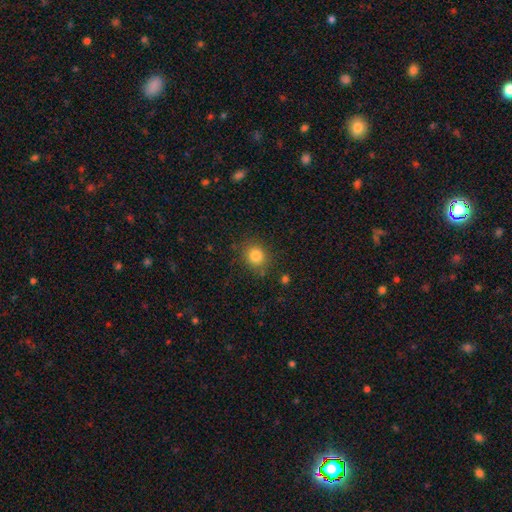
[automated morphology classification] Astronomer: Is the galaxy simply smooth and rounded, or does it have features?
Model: smooth — 83%.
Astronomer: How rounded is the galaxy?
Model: round — 81%.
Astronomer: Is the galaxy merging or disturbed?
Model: none — 84%.